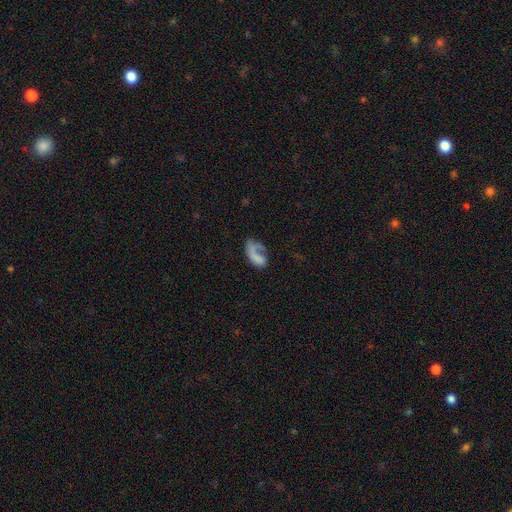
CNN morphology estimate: The model was most divided on "merging": major disturbance: 41%, none: 30%, minor disturbance: 19%, merger: 10%. More confident: how rounded — in between (90%); smooth or featured — smooth (52%).